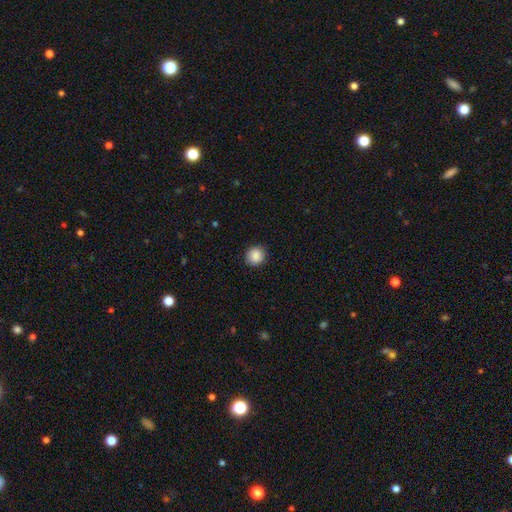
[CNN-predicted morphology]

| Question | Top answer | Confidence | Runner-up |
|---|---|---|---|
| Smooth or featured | smooth | 88% | star or artifact (8%) |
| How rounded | round | 89% | in between (10%) |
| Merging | none | 89% | minor disturbance (8%) |